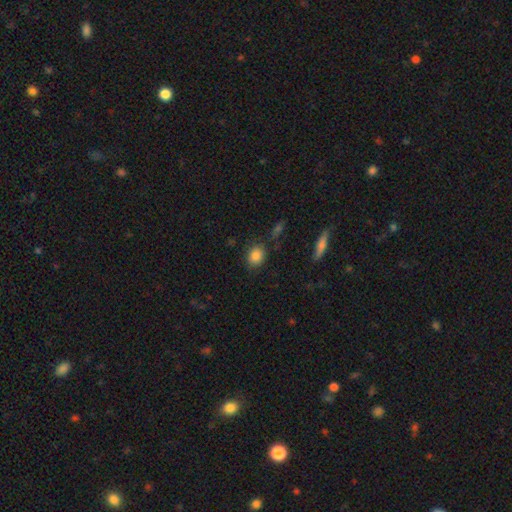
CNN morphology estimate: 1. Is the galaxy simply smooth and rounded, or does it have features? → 85% smooth, 9% star or artifact, 6% featured or disk.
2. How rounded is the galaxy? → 57% round, 41% in between, 2% cigar-shaped.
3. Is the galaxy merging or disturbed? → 82% none, 11% minor disturbance, 3% merger, 3% major disturbance.